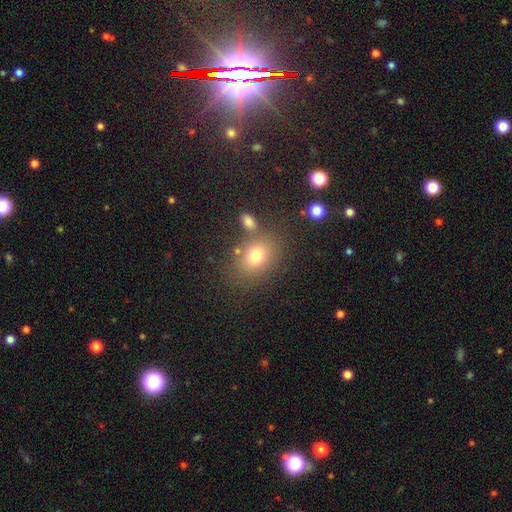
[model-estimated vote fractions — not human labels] A smooth galaxy with no disk features (74%) that is in between round and cigar-shaped (56%). Merging: none (70%).